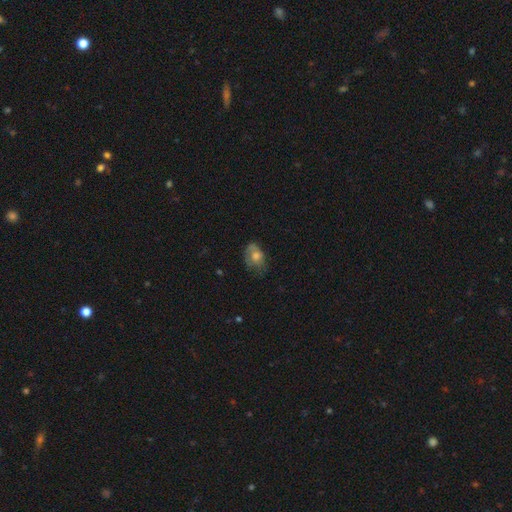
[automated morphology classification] Q: Smooth or featured?
A: smooth (57%); runner-up: featured or disk (32%)
Q: How rounded?
A: in between (77%); runner-up: round (22%)
Q: Merging?
A: none (49%); runner-up: minor disturbance (32%)